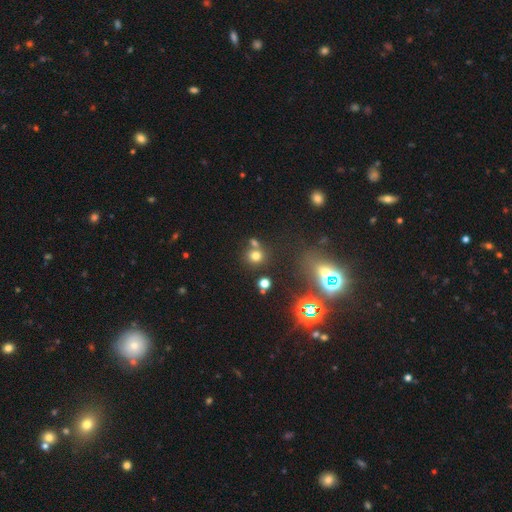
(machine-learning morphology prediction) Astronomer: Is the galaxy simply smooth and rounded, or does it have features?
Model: smooth — 68%.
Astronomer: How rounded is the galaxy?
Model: round — 85%.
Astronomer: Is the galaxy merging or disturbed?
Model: none — 61%.